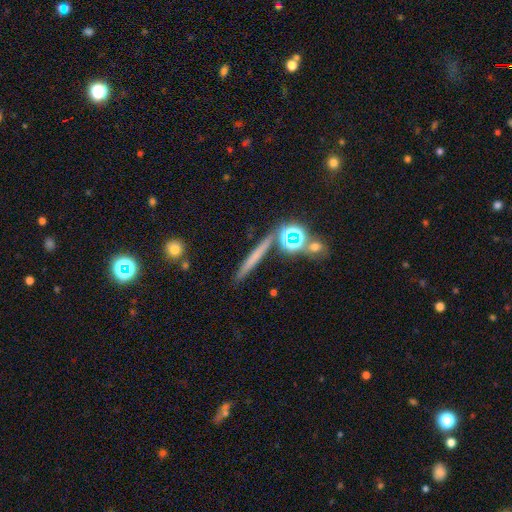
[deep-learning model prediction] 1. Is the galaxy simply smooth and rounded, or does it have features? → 50% smooth, 34% featured or disk, 16% star or artifact.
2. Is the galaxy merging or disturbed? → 83% none, 9% minor disturbance, 5% merger, 3% major disturbance.